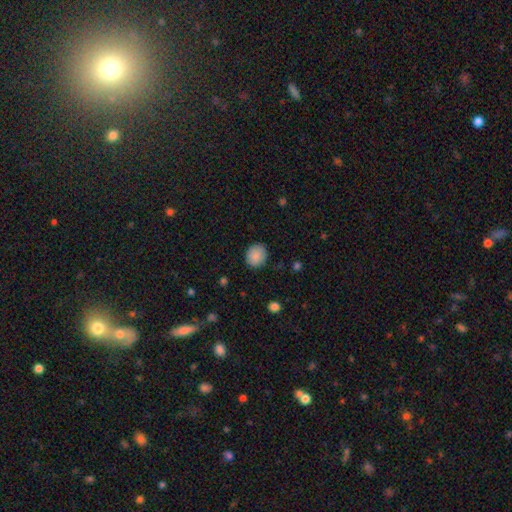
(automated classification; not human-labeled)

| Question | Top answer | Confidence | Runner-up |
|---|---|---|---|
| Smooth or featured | smooth | 88% | star or artifact (8%) |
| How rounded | round | 75% | in between (24%) |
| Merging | none | 87% | minor disturbance (10%) |